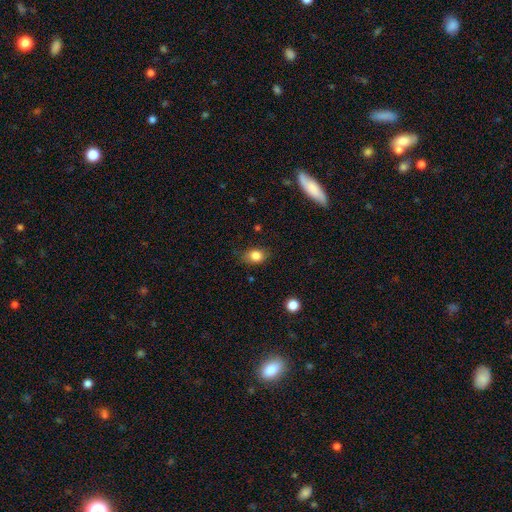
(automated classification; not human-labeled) smooth-or-featured: smooth: 83% | star or artifact: 9% | featured or disk: 7%
  how-rounded: in between: 68% | round: 31% | cigar-shaped: 2%
  merging: none: 75% | minor disturbance: 19% | major disturbance: 5% | merger: 1%